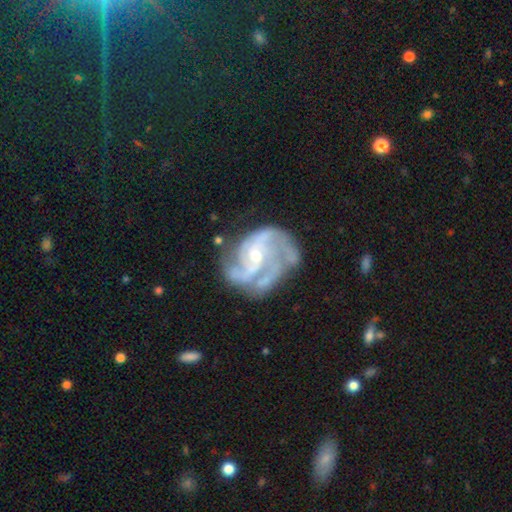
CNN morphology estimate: Q: Smooth or featured?
A: featured or disk (90%); runner-up: star or artifact (5%)
Q: Edge-on disk?
A: no (98%); runner-up: yes (2%)
Q: Bar?
A: no (56%); runner-up: weak (34%)
Q: Spiral arms?
A: yes (97%); runner-up: no (3%)
Q: Spiral winding?
A: medium (50%); runner-up: tight (36%)
Q: Spiral arm count?
A: 3 (43%); runner-up: 2 (21%)
Q: Bulge size?
A: small (59%); runner-up: moderate (38%)
Q: Merging?
A: none (54%); runner-up: minor disturbance (24%)